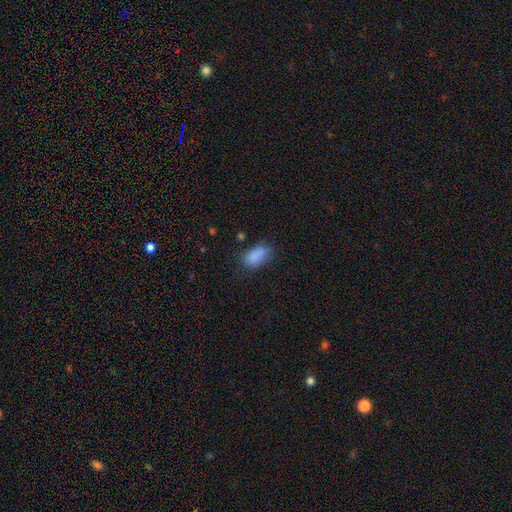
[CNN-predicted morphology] Smooth or featured? Predicted: smooth (p=0.84). How rounded? Predicted: in between (p=0.90). Merging? Predicted: none (p=0.59).